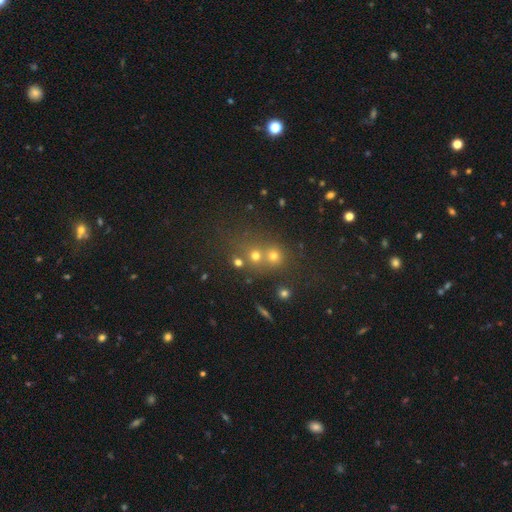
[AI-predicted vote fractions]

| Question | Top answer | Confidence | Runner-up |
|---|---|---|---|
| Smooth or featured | star or artifact | 47% | smooth (40%) |